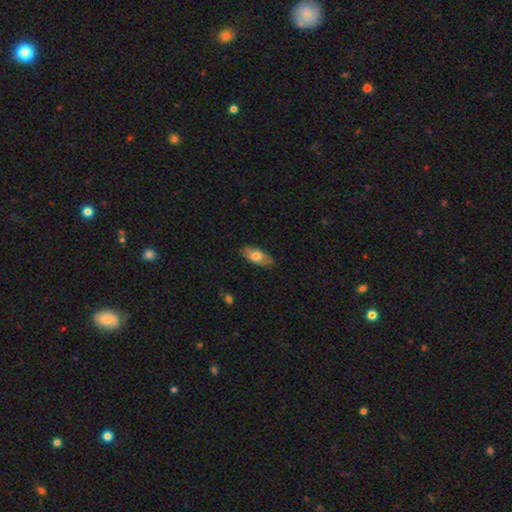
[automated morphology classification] This is likely a smooth galaxy (68%). How rounded: clearly in between (85%). Merging: clearly none (83%).